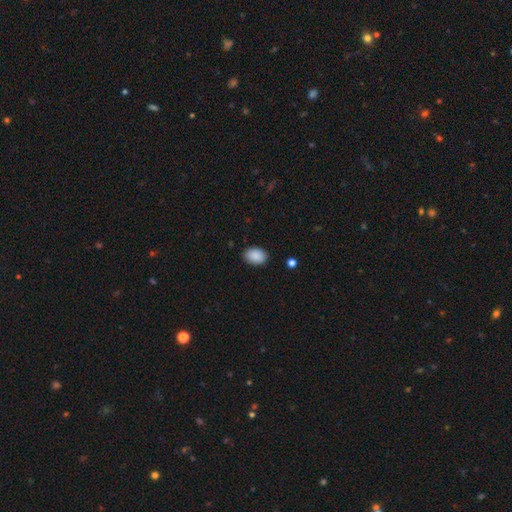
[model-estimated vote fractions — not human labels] Overall: smooth (90%). How rounded: in between (83%). Merging: none (87%).